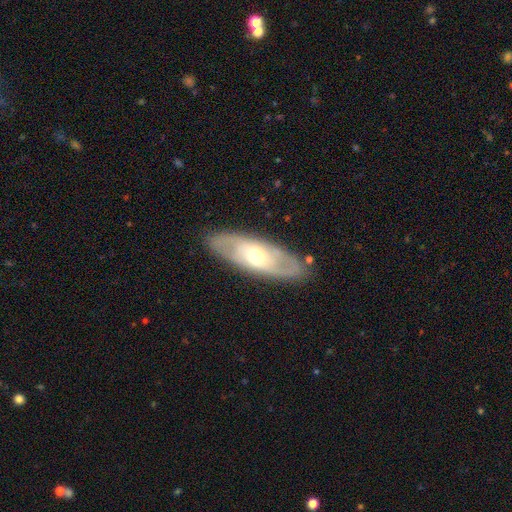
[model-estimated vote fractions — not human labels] Smooth or featured? Predicted: featured or disk (p=0.67). Edge-on disk? Predicted: no (p=0.81). Bar? Predicted: no (p=0.52). Spiral arms? Predicted: yes (p=0.72). Bulge size? Predicted: moderate (p=0.58). Merging? Predicted: none (p=0.86).